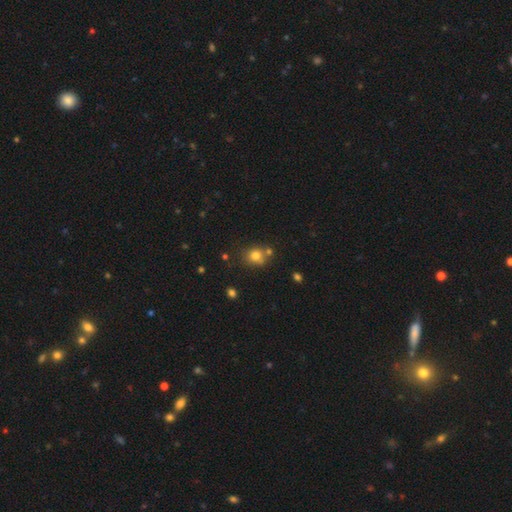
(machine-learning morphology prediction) The model was most divided on "merging": none: 62%, merger: 20%, minor disturbance: 13%, major disturbance: 4%. More confident: how rounded — round (77%); smooth or featured — smooth (77%).